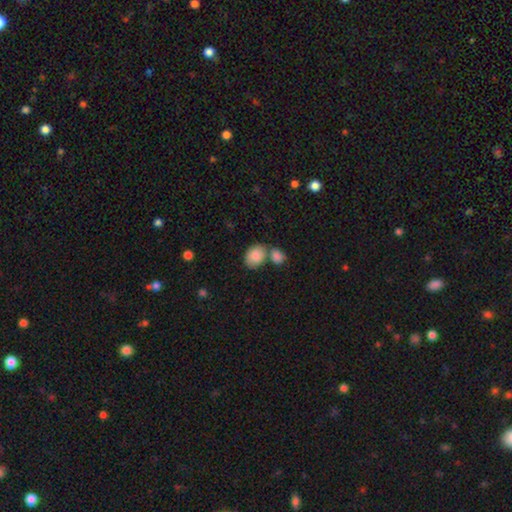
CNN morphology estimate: Smooth or featured? smooth (87%)
How rounded? in between (70%)
Merging? none (48%)